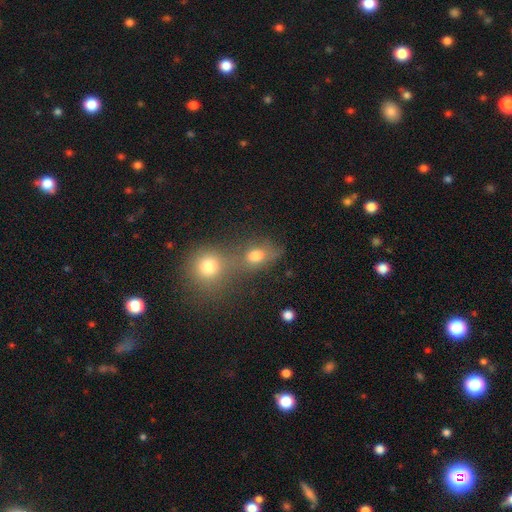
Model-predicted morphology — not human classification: type=smooth (74%); roundness=round (50%); merging=merger (54%).